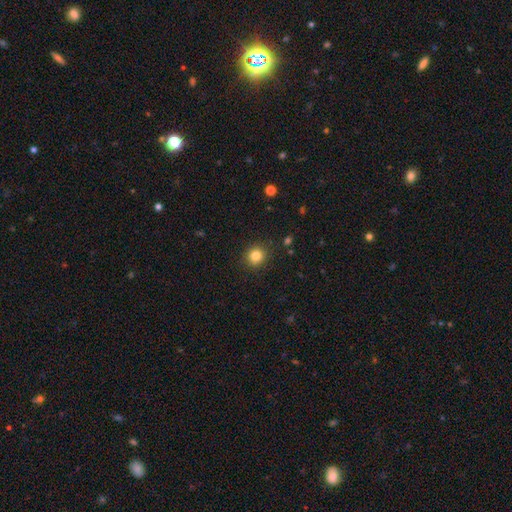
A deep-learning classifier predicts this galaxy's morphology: Smooth or featured? smooth (83%)
How rounded? round (88%)
Merging? none (89%)